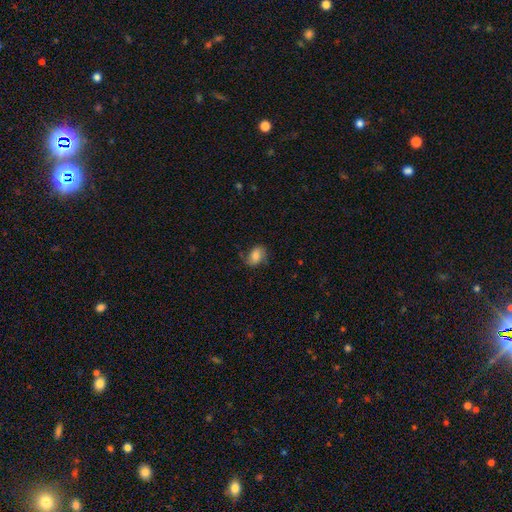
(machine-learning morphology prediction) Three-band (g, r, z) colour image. It shows a smooth galaxy with no disk features (68%) that is in between round and cigar-shaped (74%). Merging: none (64%).